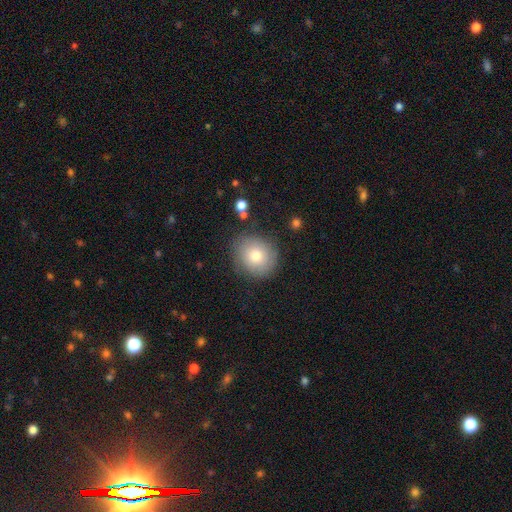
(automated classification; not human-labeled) Smooth or featured: smooth — 76% (featured or disk — 14%)
How rounded: round — 79% (in between — 20%)
Merging: none — 81% (minor disturbance — 13%)